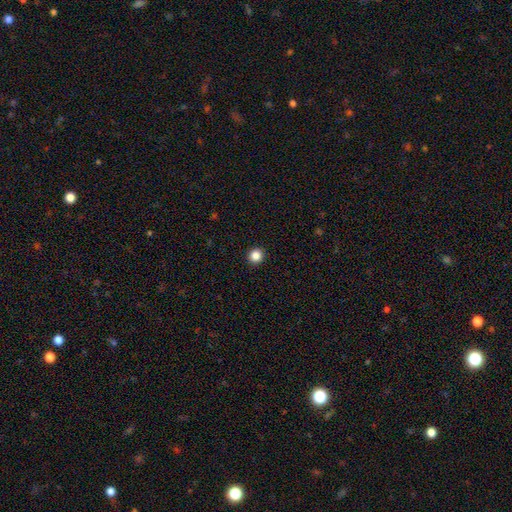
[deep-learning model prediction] Q: Smooth or featured?
A: smooth (86%); runner-up: star or artifact (11%)
Q: How rounded?
A: round (93%); runner-up: in between (6%)
Q: Merging?
A: none (93%); runner-up: minor disturbance (4%)